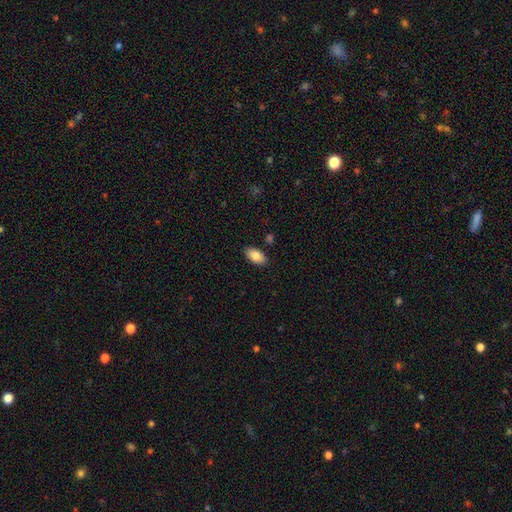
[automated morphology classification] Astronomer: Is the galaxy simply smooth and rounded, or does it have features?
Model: smooth — 84%.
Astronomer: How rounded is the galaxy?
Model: in between — 94%.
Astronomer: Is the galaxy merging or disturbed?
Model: none — 86%.